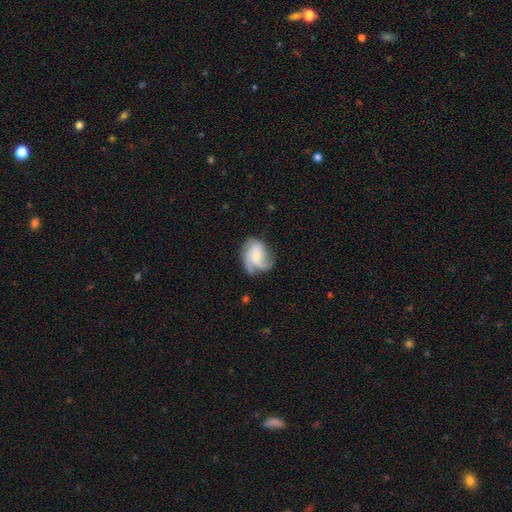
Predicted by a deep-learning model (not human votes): Morphology: type=featured or disk (76%); edge-on=no (98%); bar=no (59%); spiral arms=yes (94%); winding=medium (46%); arm count=3 (55%); bulge=small (52%); merging=none (56%).